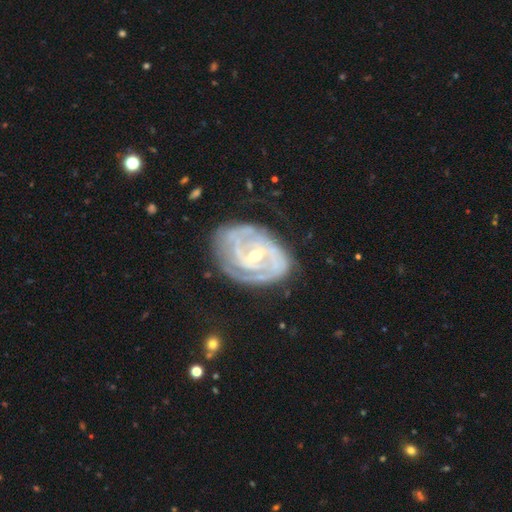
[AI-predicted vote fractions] A featured or disk galaxy (87%) with a weak bar (47%), 2 (42%) tight (66%) spiral arms (94%) and a small central bulge (52%).

Vote fractions:
- Smooth or featured? featured or disk: 87% / smooth: 7% / star or artifact: 5%
- Edge-on disk? no: 97% / yes: 3%
- Bar? weak: 47% / no: 31% / strong: 21%
- Spiral arms? yes: 94% / no: 6%
- Spiral winding? tight: 66% / medium: 28% / loose: 6%
- Spiral arm count? 2: 42% / can't tell: 26% / 3: 17% / 1: 6% / 4: 5% / more than 4: 4%
- Bulge size? small: 52% / moderate: 45% / large: 2% / none: 1% / dominant: 1%
- Merging? none: 66% / minor disturbance: 22% / major disturbance: 10% / merger: 2%